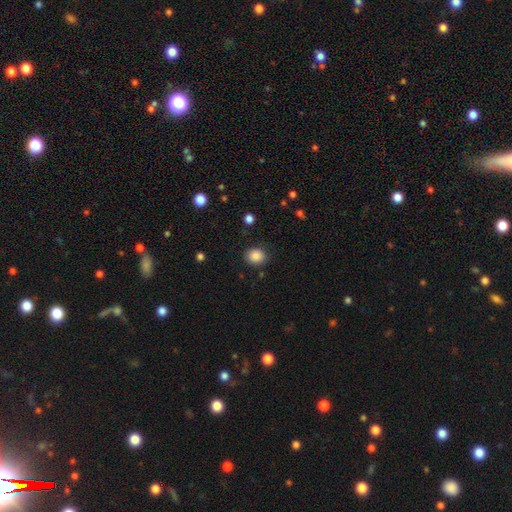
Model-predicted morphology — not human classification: smooth-or-featured: smooth: 86% | star or artifact: 10% | featured or disk: 5%
  how-rounded: round: 65% | in between: 34% | cigar-shaped: 1%
  merging: none: 87% | minor disturbance: 9% | major disturbance: 3% | merger: 1%